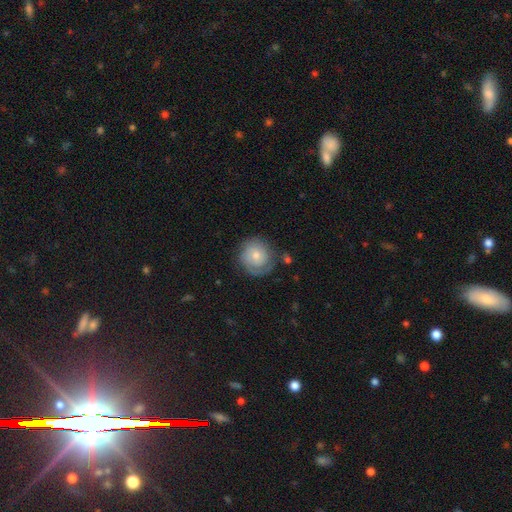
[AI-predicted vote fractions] Morphology: type=smooth (50%); roundness=round (88%); merging=none (70%).